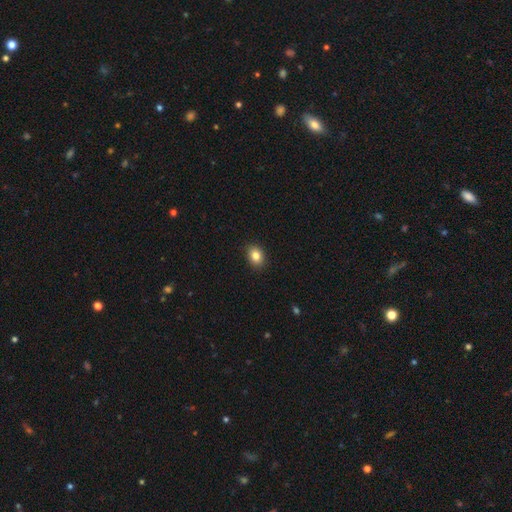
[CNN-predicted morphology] Smooth or featured?
  - smooth: 83% *
  - star or artifact: 10%
  - featured or disk: 8%
How rounded?
  - in between: 63% *
  - round: 36%
  - cigar-shaped: 1%
Merging?
  - none: 90% *
  - minor disturbance: 7%
  - major disturbance: 2%
  - merger: 1%